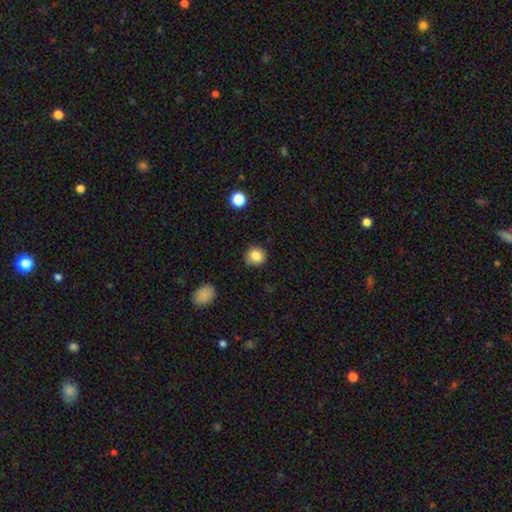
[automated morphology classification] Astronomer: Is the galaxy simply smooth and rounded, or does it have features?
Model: smooth — 84%.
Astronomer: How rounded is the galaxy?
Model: round — 89%.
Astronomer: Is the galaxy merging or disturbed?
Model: none — 86%.